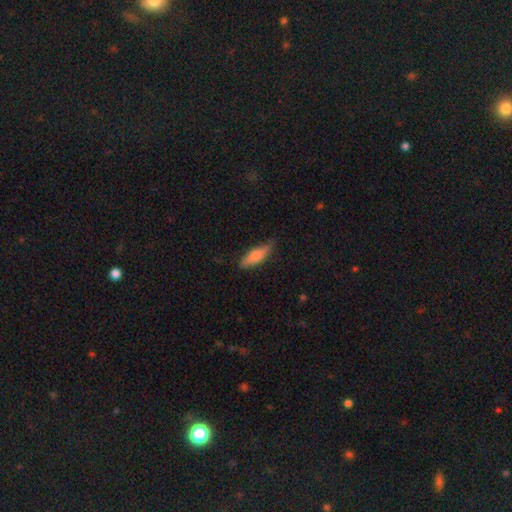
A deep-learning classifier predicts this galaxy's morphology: Smooth or featured? Predicted: smooth (p=0.79). How rounded? Predicted: in between (p=0.52). Merging? Predicted: none (p=0.74).